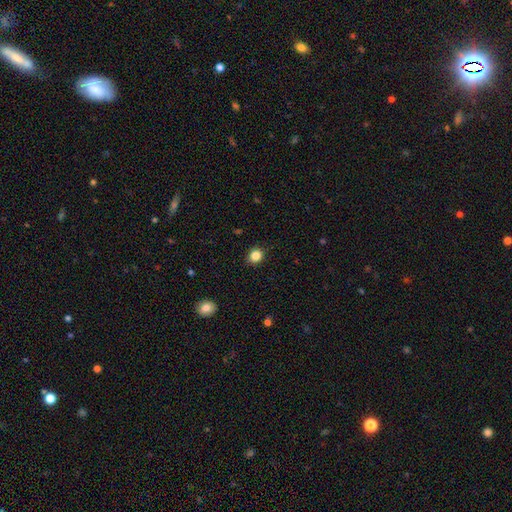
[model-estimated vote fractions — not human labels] Smooth or featured?
  - smooth: 84% *
  - star or artifact: 11%
  - featured or disk: 4%
How rounded?
  - round: 79% *
  - in between: 20%
  - cigar-shaped: 1%
Merging?
  - none: 89% *
  - minor disturbance: 8%
  - major disturbance: 2%
  - merger: 1%